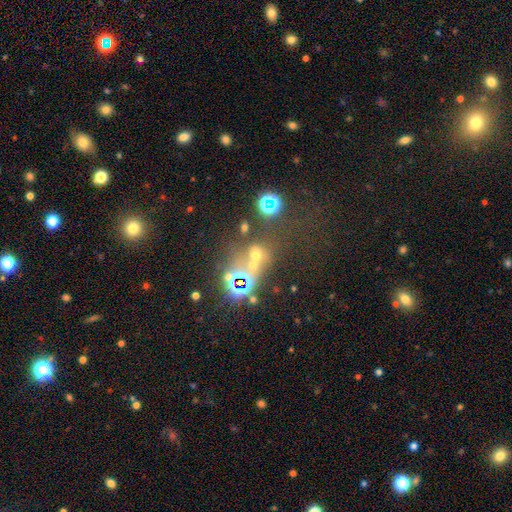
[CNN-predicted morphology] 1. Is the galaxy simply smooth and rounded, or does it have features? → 48% star or artifact, 35% smooth, 16% featured or disk.